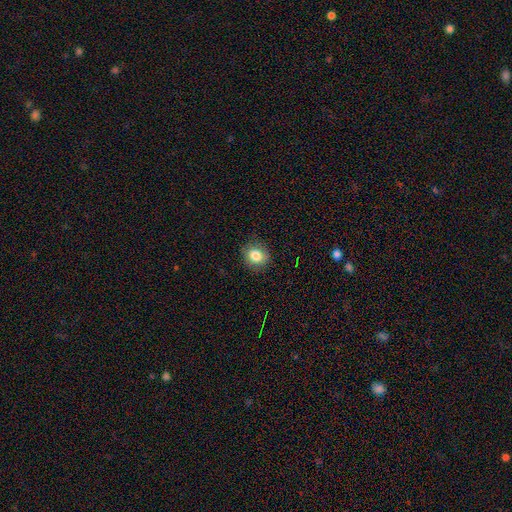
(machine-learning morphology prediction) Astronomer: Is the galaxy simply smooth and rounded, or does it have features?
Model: smooth — 82%.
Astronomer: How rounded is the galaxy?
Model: round — 73%.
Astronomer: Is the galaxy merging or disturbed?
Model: none — 85%.